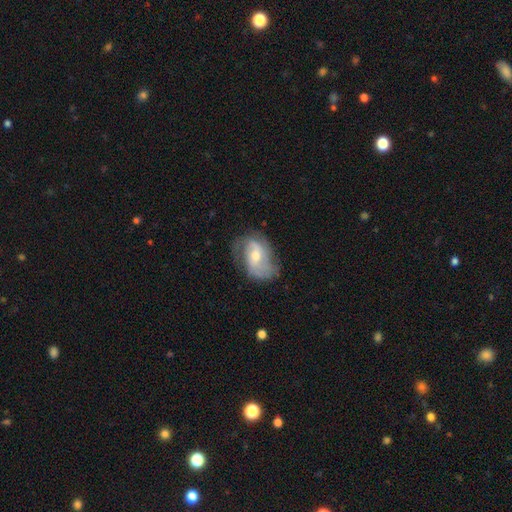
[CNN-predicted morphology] Smooth or featured?
  - featured or disk: 70% *
  - smooth: 24%
  - star or artifact: 7%
Edge-on disk?
  - no: 96% *
  - yes: 4%
Bar?
  - no: 46% *
  - weak: 41%
  - strong: 13%
Spiral arms?
  - yes: 85% *
  - no: 15%
Spiral winding?
  - medium: 41% *
  - loose: 35%
  - tight: 24%
Spiral arm count?
  - 2: 65% *
  - can't tell: 18%
  - 1: 7%
  - 3: 6%
  - 4: 2%
  - more than 4: 2%
Bulge size?
  - moderate: 60% *
  - small: 35%
  - large: 3%
  - none: 1%
  - dominant: 1%
Merging?
  - none: 57% *
  - minor disturbance: 27%
  - major disturbance: 15%
  - merger: 2%